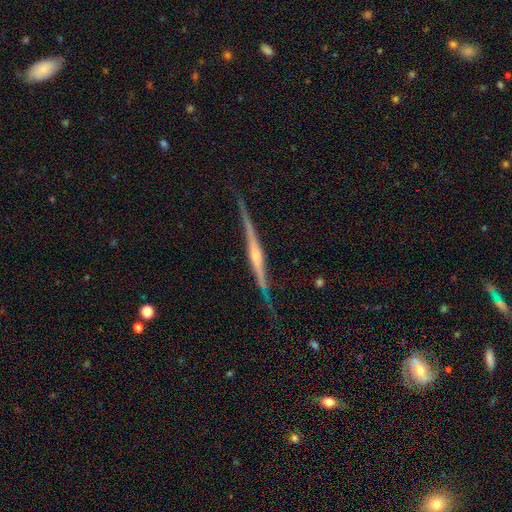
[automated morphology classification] featured or disk 86%, smooth 8%, star or artifact 6%. Down the decision tree: edge-on disk — yes (98%); edge-on bulge — rounded (74%); merging — none (81%).